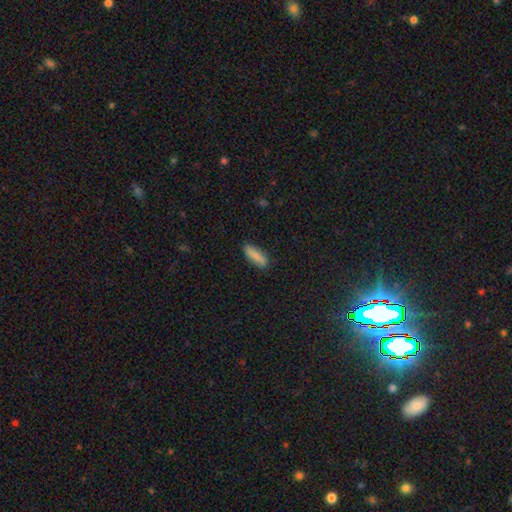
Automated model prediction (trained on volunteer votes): smooth-or-featured: smooth: 83% | featured or disk: 10% | star or artifact: 7%
  how-rounded: cigar-shaped: 50% | in between: 48% | round: 2%
  merging: none: 83% | minor disturbance: 13% | major disturbance: 3% | merger: 1%